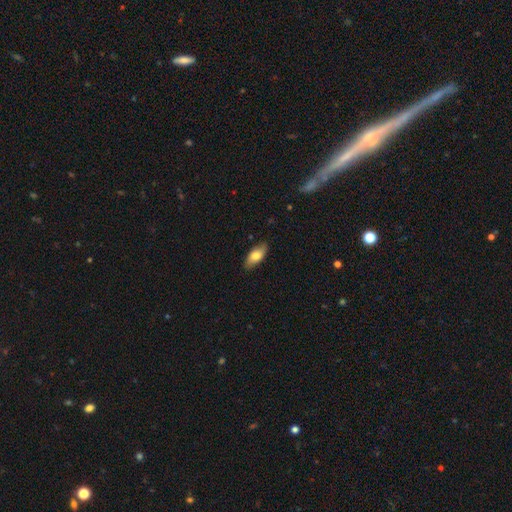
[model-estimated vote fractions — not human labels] smooth 75%, featured or disk 19%, star or artifact 6%. Down the decision tree: how rounded — in between (84%); merging — none (85%).